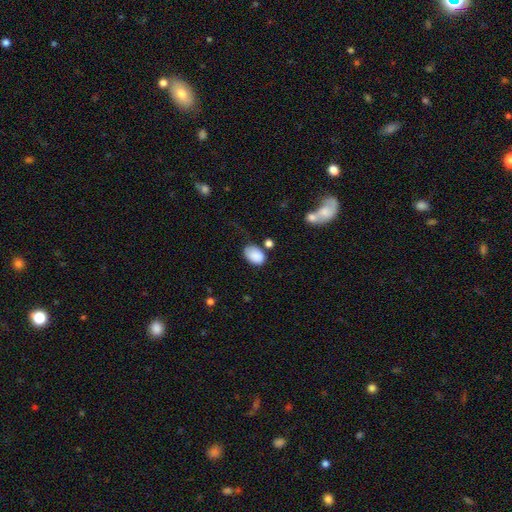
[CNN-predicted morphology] type=smooth (87%); roundness=in between (86%); merging=none (57%).